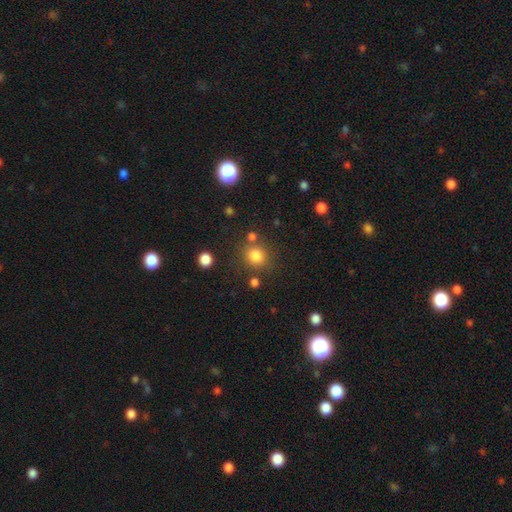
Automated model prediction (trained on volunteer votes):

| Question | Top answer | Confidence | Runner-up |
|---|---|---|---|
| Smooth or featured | smooth | 81% | star or artifact (13%) |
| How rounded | round | 86% | in between (13%) |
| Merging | none | 76% | minor disturbance (10%) |